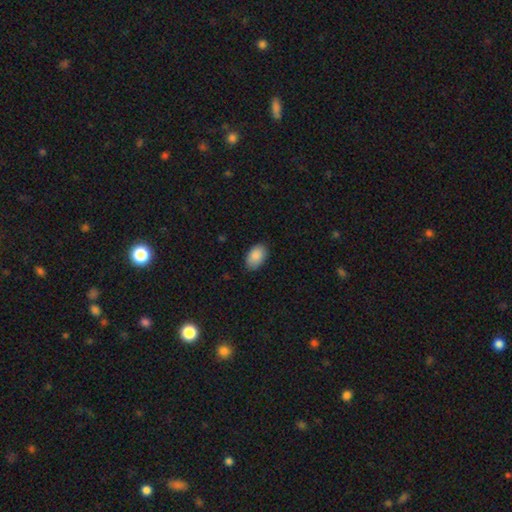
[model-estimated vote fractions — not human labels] Smooth or featured?
  - smooth: 90% *
  - star or artifact: 7%
  - featured or disk: 4%
How rounded?
  - in between: 92% *
  - round: 6%
  - cigar-shaped: 1%
Merging?
  - none: 85% *
  - minor disturbance: 12%
  - major disturbance: 2%
  - merger: 1%